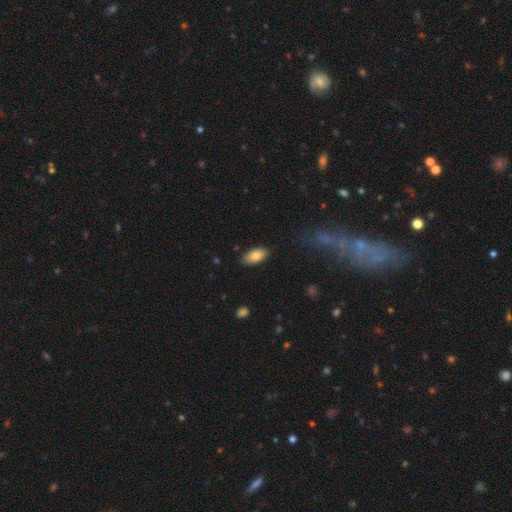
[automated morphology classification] Smooth or featured? smooth (84%)
How rounded? in between (92%)
Merging? none (85%)